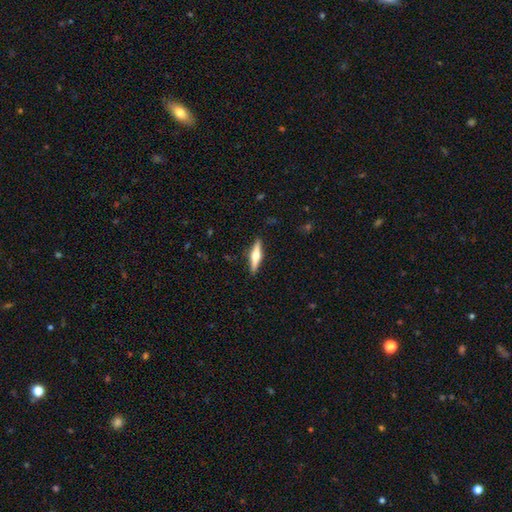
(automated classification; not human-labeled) Smooth or featured: featured or disk — 61% (smooth — 33%)
Edge-on disk: yes — 97% (no — 3%)
Edge-on bulge: rounded — 92% (boxy — 5%)
Merging: none — 90% (minor disturbance — 7%)